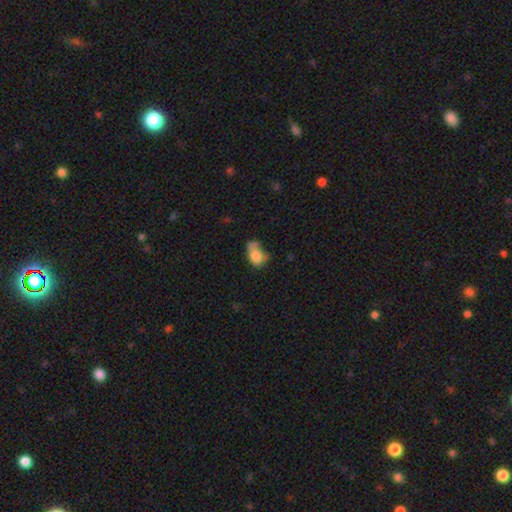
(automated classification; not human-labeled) A smooth galaxy with no disk features (74%) that is in between round and cigar-shaped (70%). Merging: none (30%).